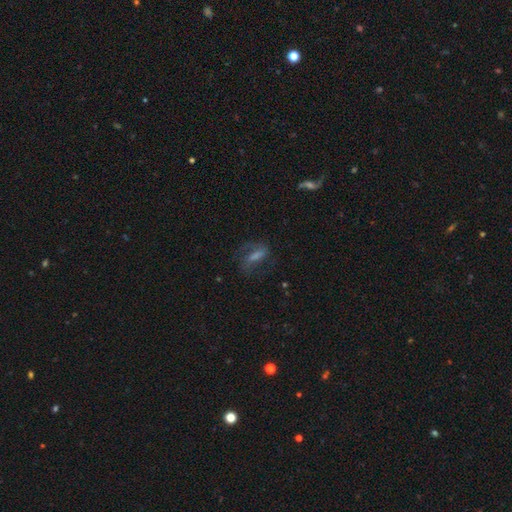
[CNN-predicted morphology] Q: Smooth or featured?
A: featured or disk (54%); runner-up: smooth (26%)
Q: Edge-on disk?
A: no (87%); runner-up: yes (13%)
Q: Merging?
A: none (65%); runner-up: minor disturbance (17%)